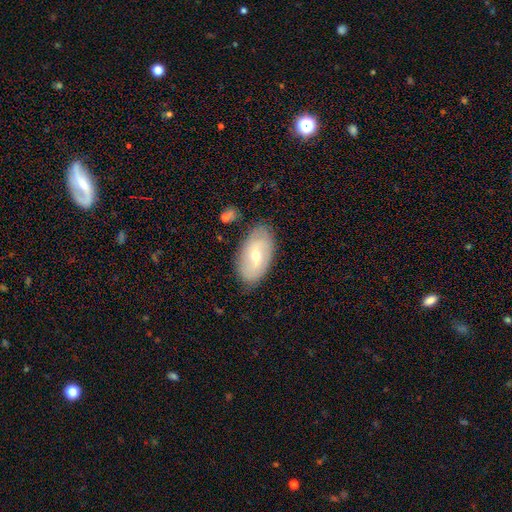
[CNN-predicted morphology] Smooth or featured?
  - featured or disk: 56% *
  - smooth: 37%
  - star or artifact: 7%
Edge-on disk?
  - no: 91% *
  - yes: 9%
Bar?
  - weak: 53% *
  - no: 29%
  - strong: 18%
Spiral arms?
  - yes: 68% *
  - no: 32%
Bulge size?
  - moderate: 53% *
  - small: 44%
  - large: 2%
  - none: 1%
  - dominant: 1%
Merging?
  - none: 80% *
  - minor disturbance: 15%
  - major disturbance: 3%
  - merger: 2%